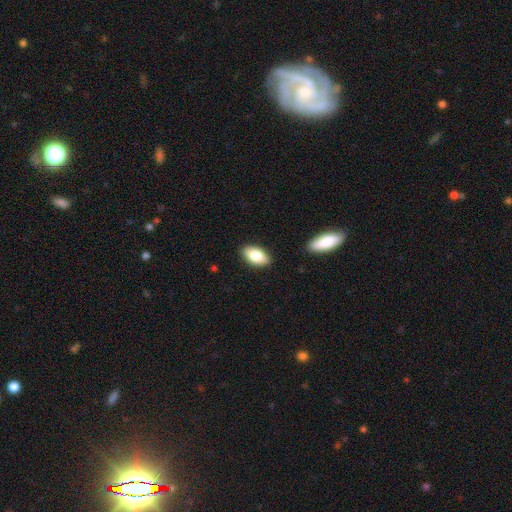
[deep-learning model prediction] Overall: smooth (80%). How rounded: in between (92%). Merging: none (88%).